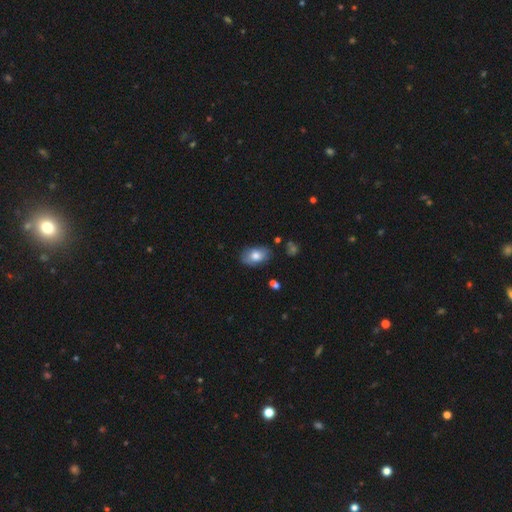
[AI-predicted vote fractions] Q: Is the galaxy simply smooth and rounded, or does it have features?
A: smooth — 75%.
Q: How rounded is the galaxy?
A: in between — 89%.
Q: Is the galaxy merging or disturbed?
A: none — 77%.